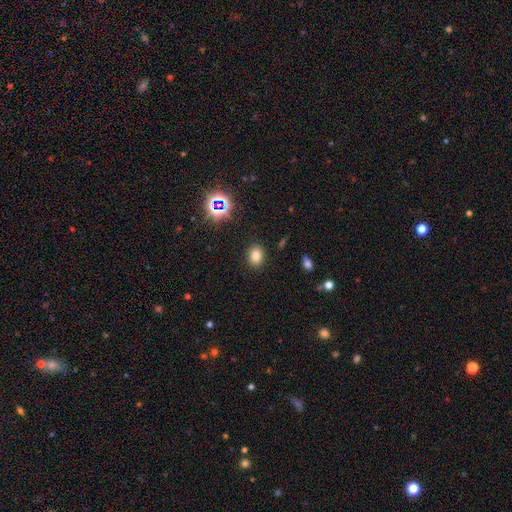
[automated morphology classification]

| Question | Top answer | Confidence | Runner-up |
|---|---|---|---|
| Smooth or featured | smooth | 76% | star or artifact (17%) |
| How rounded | in between | 62% | round (37%) |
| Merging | none | 87% | minor disturbance (8%) |